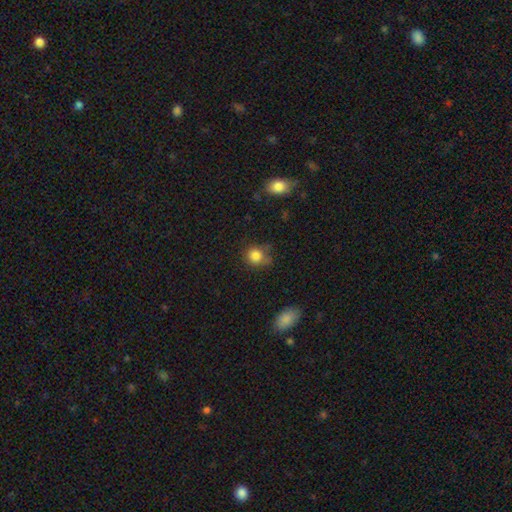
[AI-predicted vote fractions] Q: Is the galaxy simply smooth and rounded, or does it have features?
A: smooth — 83%.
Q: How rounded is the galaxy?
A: round — 82%.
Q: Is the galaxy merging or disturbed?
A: none — 66%.